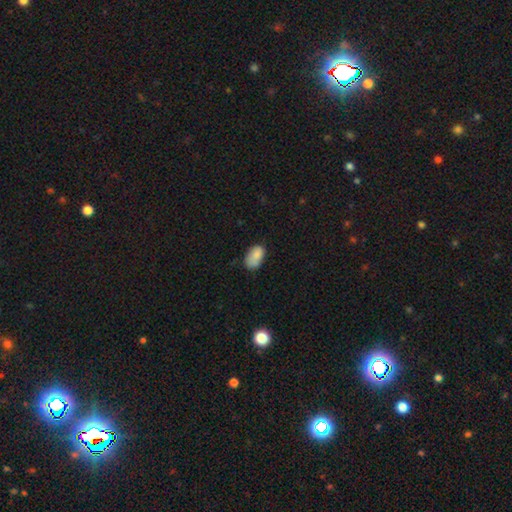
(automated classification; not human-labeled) A smooth galaxy with no disk features (84%) that is in between round and cigar-shaped (92%).

Vote fractions:
- Smooth or featured? smooth: 84% / star or artifact: 8% / featured or disk: 8%
- How rounded? in between: 92% / round: 6% / cigar-shaped: 2%
- Merging? none: 57% / minor disturbance: 32% / major disturbance: 8% / merger: 3%